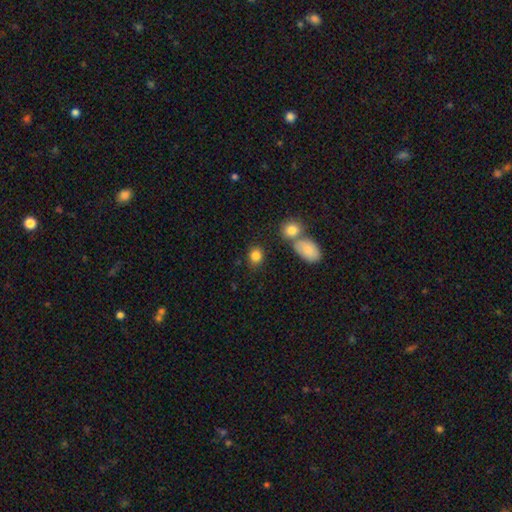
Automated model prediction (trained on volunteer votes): Morphology: type=smooth (84%); roundness=round (58%); merging=none (75%).